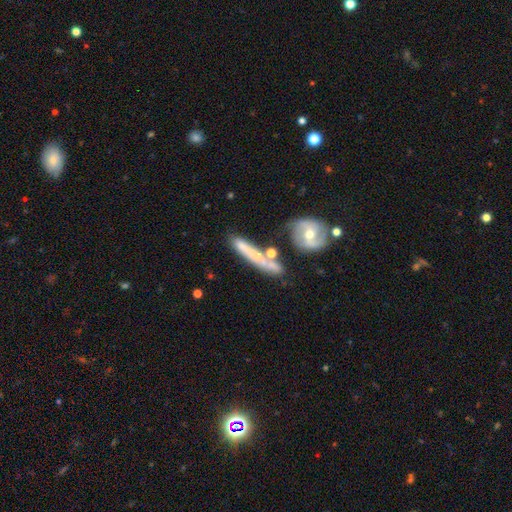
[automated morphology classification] Overall: smooth (48%; featured or disk 44%). Merging: none (56%; minor disturbance 20%).